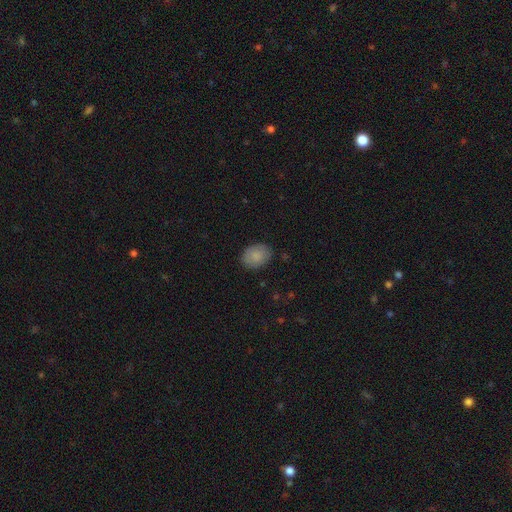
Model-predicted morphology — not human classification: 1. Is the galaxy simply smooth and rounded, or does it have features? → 86% smooth, 7% star or artifact, 7% featured or disk.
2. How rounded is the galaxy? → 71% in between, 28% round, 1% cigar-shaped.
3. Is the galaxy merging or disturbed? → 85% none, 11% minor disturbance, 3% major disturbance, 1% merger.